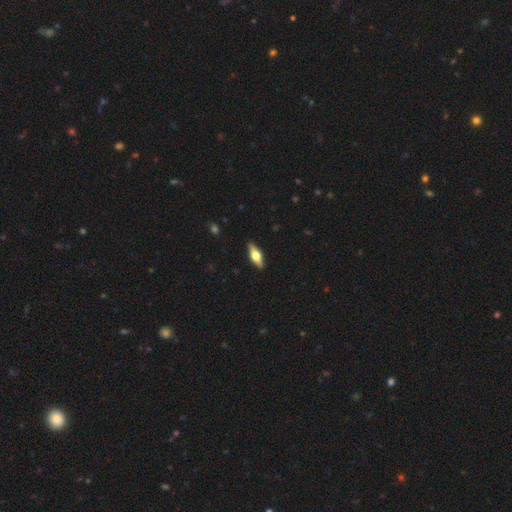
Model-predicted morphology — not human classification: Smooth or featured? Predicted: featured or disk (p=0.51). Edge-on disk? Predicted: yes (p=0.91). Merging? Predicted: none (p=0.89).